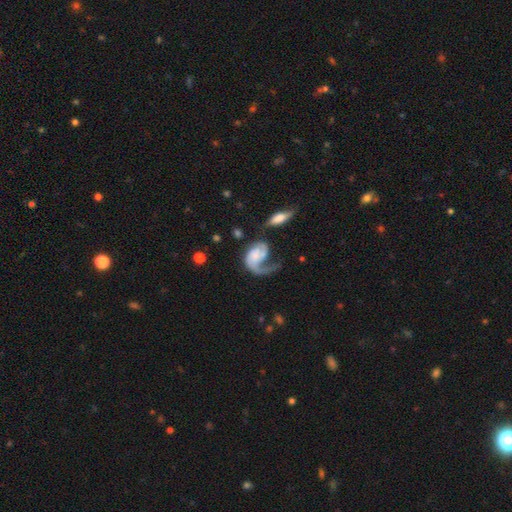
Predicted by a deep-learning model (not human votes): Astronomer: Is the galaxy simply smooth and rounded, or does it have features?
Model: featured or disk — 67%.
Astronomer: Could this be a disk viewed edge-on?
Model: no — 97%.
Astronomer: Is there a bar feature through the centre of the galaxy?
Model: no — 72%.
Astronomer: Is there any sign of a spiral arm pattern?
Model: yes — 85%.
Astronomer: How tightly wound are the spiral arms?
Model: loose — 57%.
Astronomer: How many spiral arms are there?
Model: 1 — 78%.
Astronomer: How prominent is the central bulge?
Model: none — 36% (runner-up: small, 32%).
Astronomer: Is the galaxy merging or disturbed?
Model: major disturbance — 51%.